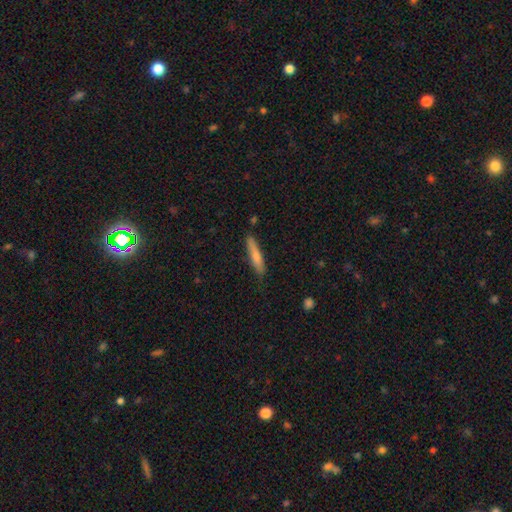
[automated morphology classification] smooth_or_featured: smooth (p=0.74) [alt: featured or disk p=0.20]
how_rounded: cigar-shaped (p=0.90) [alt: in between p=0.09]
merging: none (p=0.82) [alt: minor disturbance p=0.13]